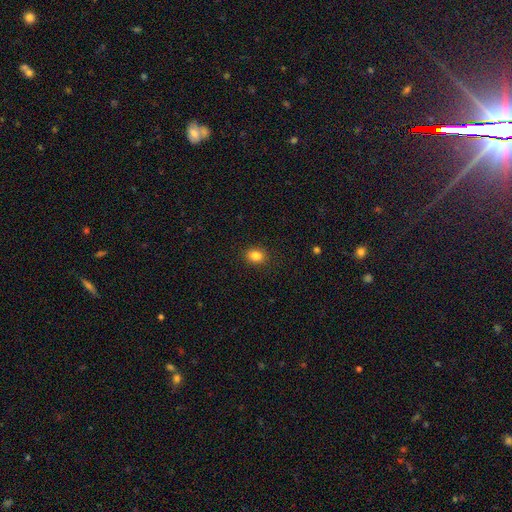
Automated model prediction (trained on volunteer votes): A smooth galaxy with no disk features (84%) that is round (54%). Merging: none (89%).